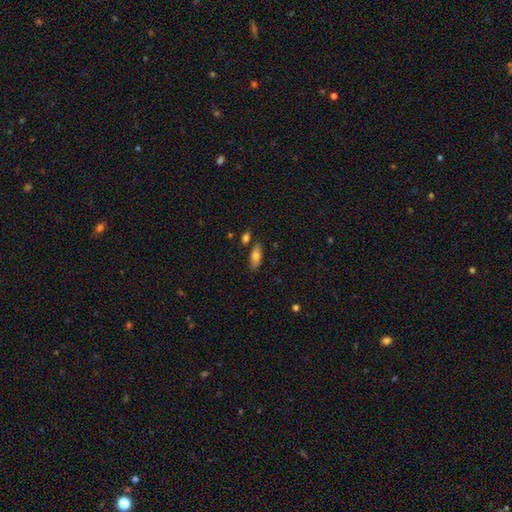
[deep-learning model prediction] smooth_or_featured: smooth (p=0.74) [alt: featured or disk p=0.18]
how_rounded: in between (p=0.83) [alt: cigar-shaped p=0.14]
merging: none (p=0.75) [alt: minor disturbance p=0.15]